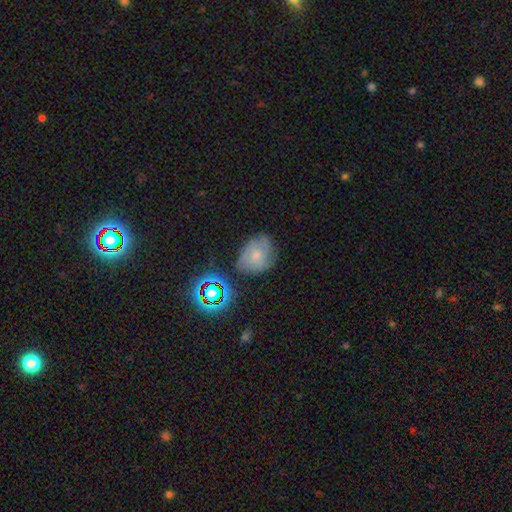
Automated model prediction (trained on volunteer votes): smooth_or_featured: smooth (p=0.51) [alt: featured or disk p=0.32]
how_rounded: in between (p=0.52) [alt: round p=0.47]
merging: none (p=0.58) [alt: minor disturbance p=0.27]